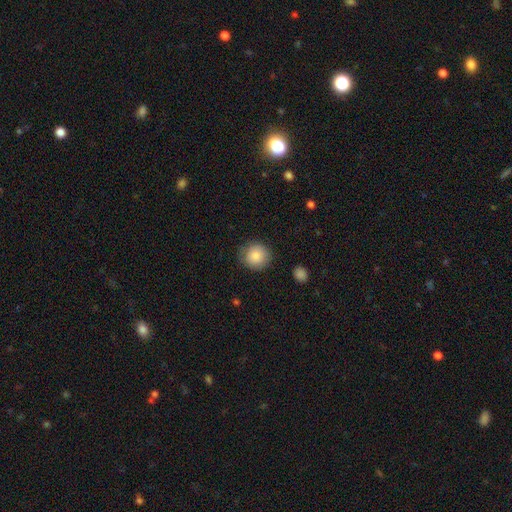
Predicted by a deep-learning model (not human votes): The model was most divided on "merging": none: 81%, minor disturbance: 14%, major disturbance: 4%, merger: 1%. More confident: how rounded — round (92%); smooth or featured — smooth (84%).